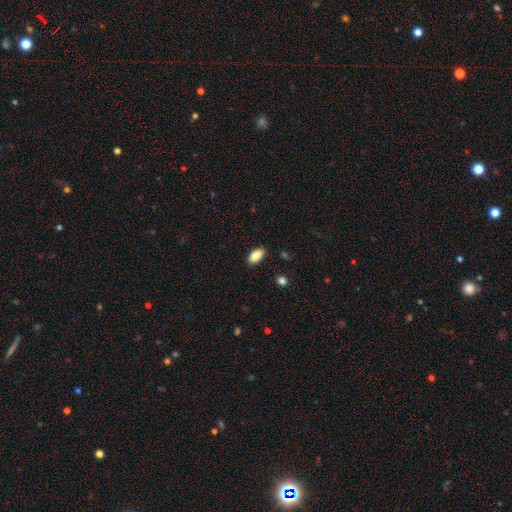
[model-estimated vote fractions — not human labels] Smooth or featured? Predicted: smooth (p=0.89). How rounded? Predicted: in between (p=0.93). Merging? Predicted: none (p=0.87).